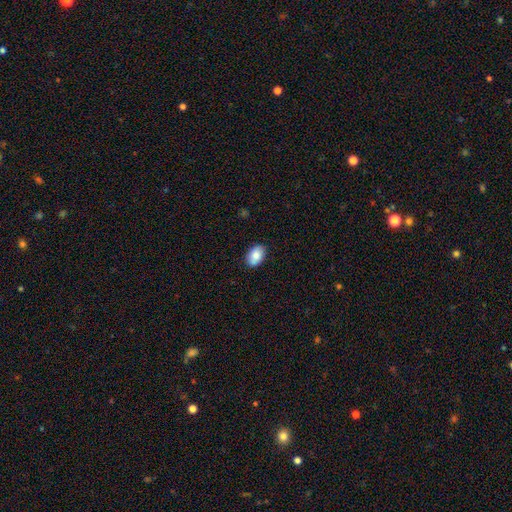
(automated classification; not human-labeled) A smooth galaxy with no disk features (84%) that is in between round and cigar-shaped (87%).

Vote fractions:
- Smooth or featured? smooth: 84% / featured or disk: 8% / star or artifact: 7%
- How rounded? in between: 87% / round: 12% / cigar-shaped: 1%
- Merging? none: 84% / minor disturbance: 13% / major disturbance: 2% / merger: 1%